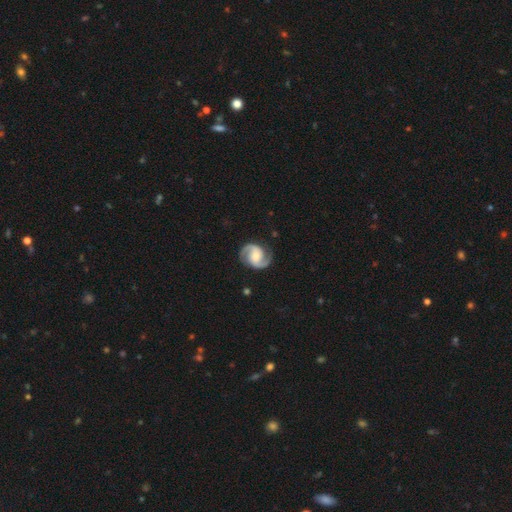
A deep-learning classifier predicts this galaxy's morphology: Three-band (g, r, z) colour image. It shows a featured or disk galaxy (91%) with no bar (49%), 2 (94%) medium (57%) spiral arms (98%) and a moderate central bulge (44%). Merging: none (85%).